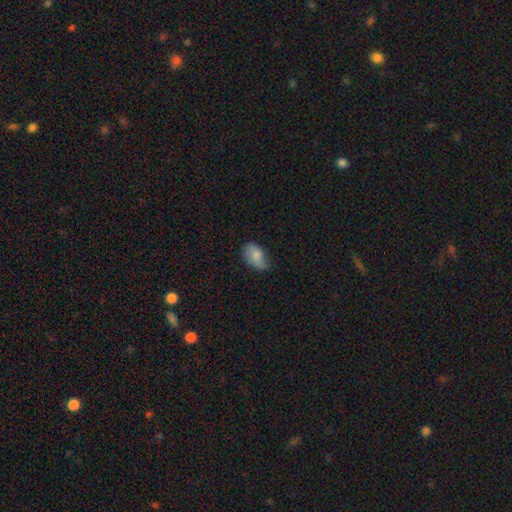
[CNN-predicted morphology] smooth 80%, featured or disk 13%, star or artifact 7%. Down the decision tree: how rounded — in between (92%); merging — none (60%).